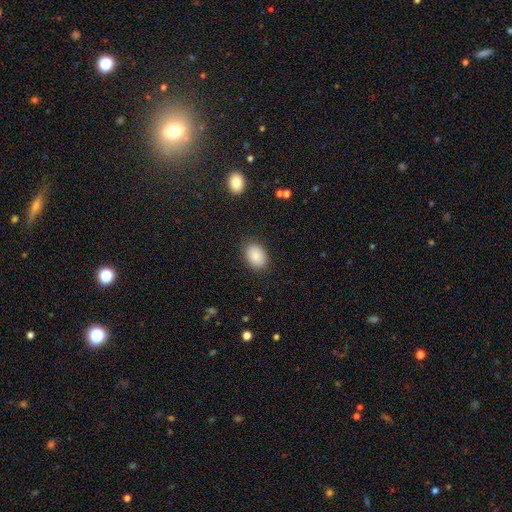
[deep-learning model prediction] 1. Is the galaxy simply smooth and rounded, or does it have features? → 85% smooth, 8% star or artifact, 7% featured or disk.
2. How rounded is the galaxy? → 76% in between, 23% round, 1% cigar-shaped.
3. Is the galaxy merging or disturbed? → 87% none, 9% minor disturbance, 3% major disturbance, 1% merger.